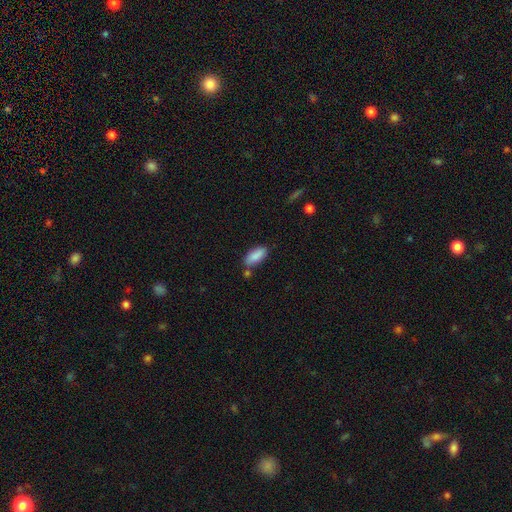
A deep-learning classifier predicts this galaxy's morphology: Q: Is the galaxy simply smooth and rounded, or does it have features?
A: smooth — 87%.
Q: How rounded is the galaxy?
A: in between — 82%.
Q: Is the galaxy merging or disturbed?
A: none — 72%.